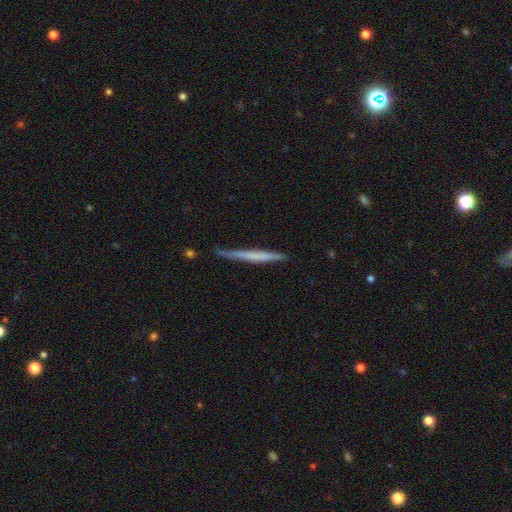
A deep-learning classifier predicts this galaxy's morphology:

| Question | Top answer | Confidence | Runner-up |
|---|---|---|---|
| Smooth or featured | smooth | 50% | featured or disk (45%) |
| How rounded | cigar-shaped | 97% | in between (2%) |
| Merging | none | 84% | minor disturbance (12%) |